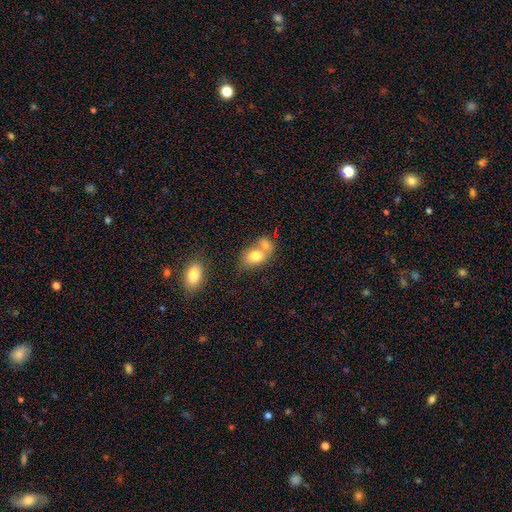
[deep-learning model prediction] Smooth or featured? Predicted: smooth (p=0.76). How rounded? Predicted: in between (p=0.72). Merging? Predicted: merger (p=0.60).